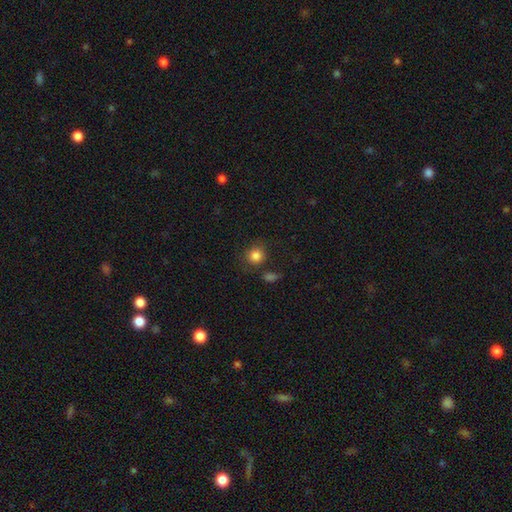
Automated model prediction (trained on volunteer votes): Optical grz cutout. It shows a smooth galaxy with no disk features (84%) that is round (85%). Merging: none (76%).